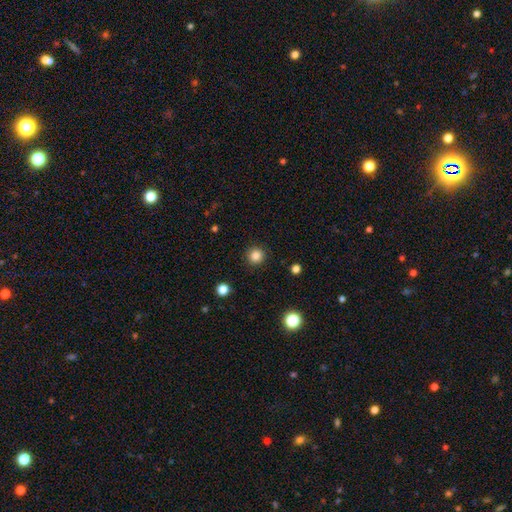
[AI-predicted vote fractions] Morphology: type=smooth (84%); roundness=round (94%); merging=none (92%).